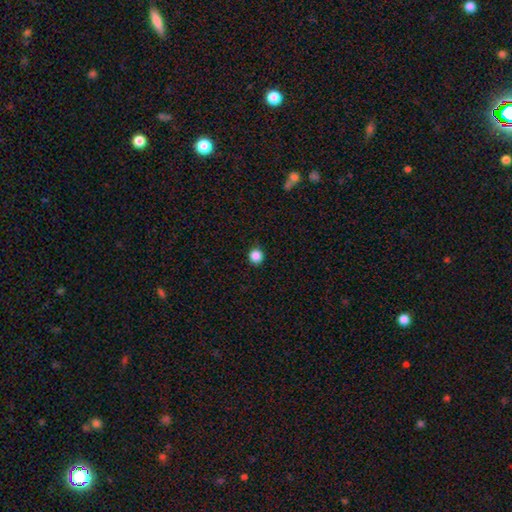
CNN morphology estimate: Smooth or featured? Predicted: smooth (p=0.87). How rounded? Predicted: round (p=0.94). Merging? Predicted: none (p=0.91).